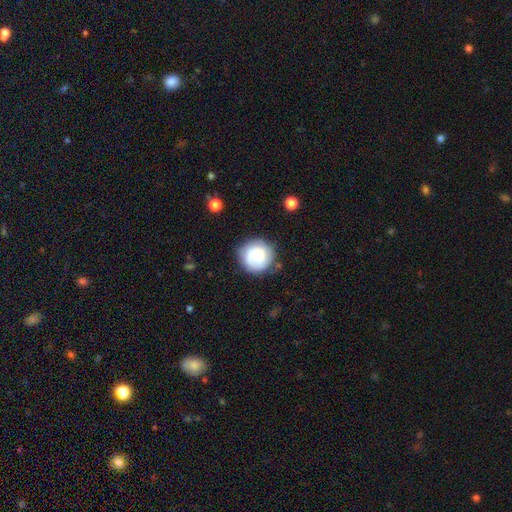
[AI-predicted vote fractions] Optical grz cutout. It shows a smooth galaxy with no disk features (54%) that is round (91%). Merging: none (76%).